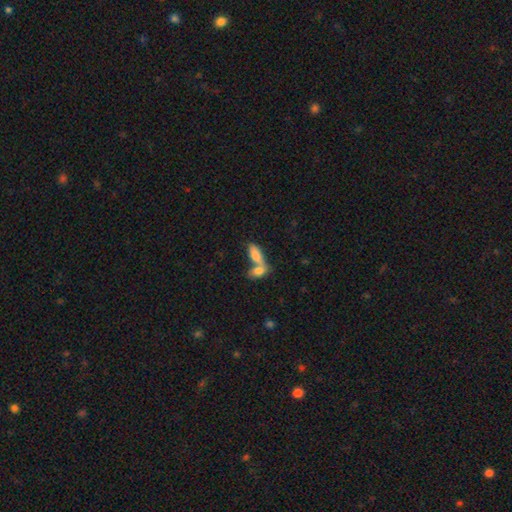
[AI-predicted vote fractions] smooth 79%, featured or disk 14%, star or artifact 7%. Down the decision tree: how rounded — in between (80%); merging — merger (67%).